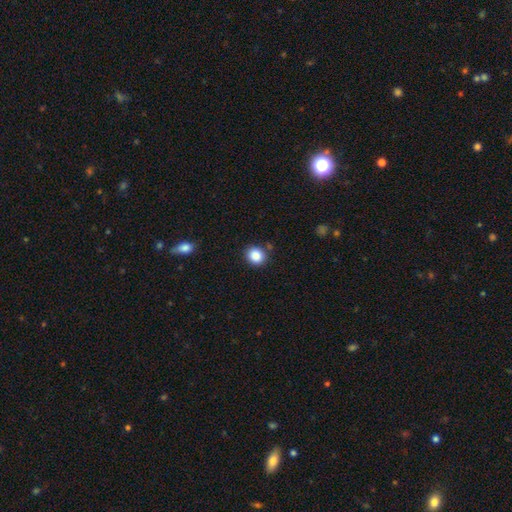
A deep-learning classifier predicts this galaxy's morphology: smooth 87%, star or artifact 9%, featured or disk 4%. Down the decision tree: how rounded — round (75%); merging — none (84%).